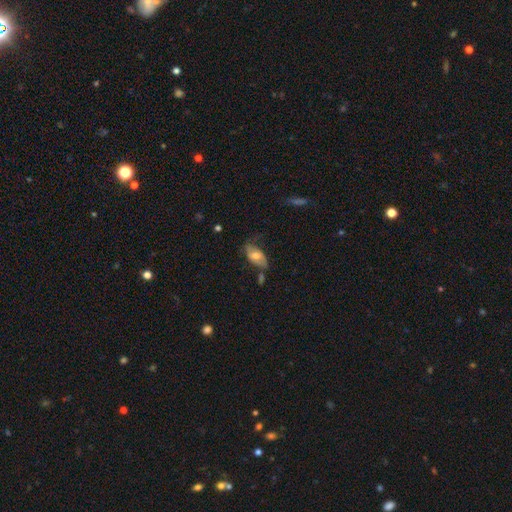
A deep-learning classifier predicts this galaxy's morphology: The model was most divided on "smooth or featured": smooth: 47%, featured or disk: 45%, star or artifact: 8%. Remaining: merging — none (48%).